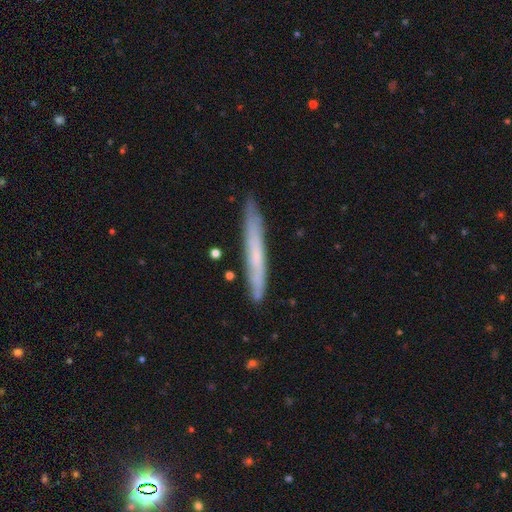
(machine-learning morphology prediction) A smooth galaxy with no disk features (50%). Merging: none (86%).